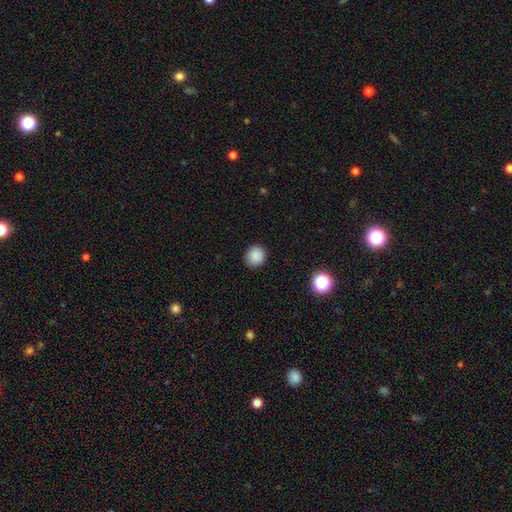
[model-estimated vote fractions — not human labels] The model was most divided on "smooth or featured": smooth: 87%, star or artifact: 10%, featured or disk: 3%. More confident: merging — none (90%); how rounded — round (90%).